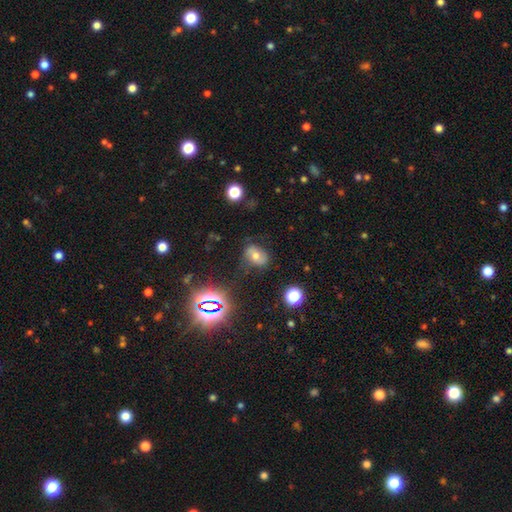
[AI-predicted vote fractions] Morphology: type=smooth (36%); merging=none (69%).